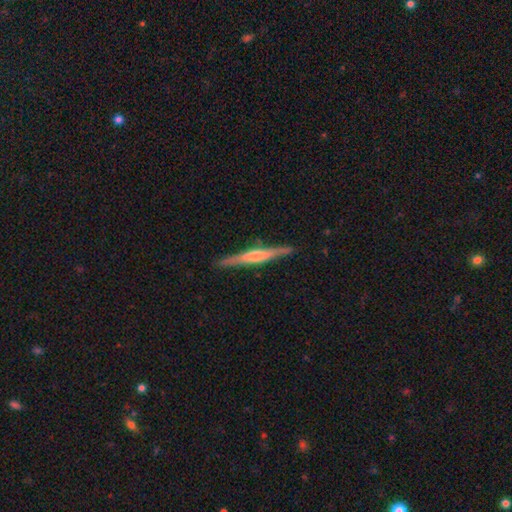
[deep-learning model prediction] The model was most divided on "edge-on bulge": rounded: 43%, boxy: 32%, none: 25%. More confident: edge-on disk — yes (96%); merging — none (86%); smooth or featured — featured or disk (61%).